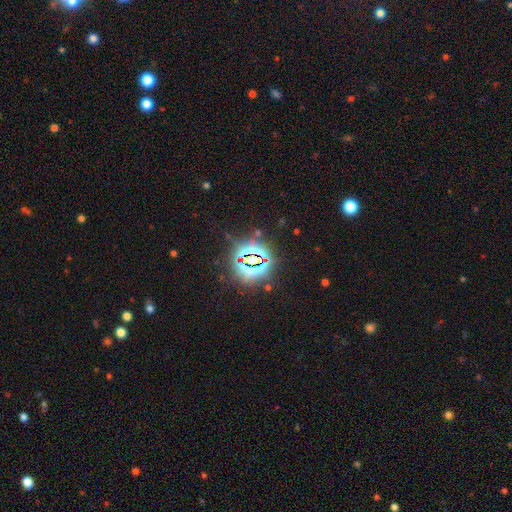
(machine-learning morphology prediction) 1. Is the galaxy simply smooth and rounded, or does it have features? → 81% star or artifact, 11% smooth, 8% featured or disk.